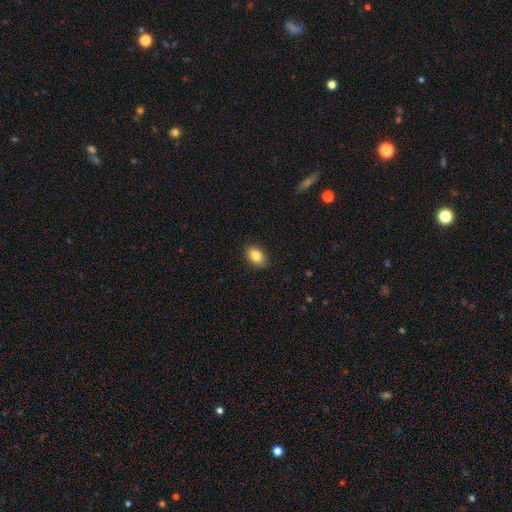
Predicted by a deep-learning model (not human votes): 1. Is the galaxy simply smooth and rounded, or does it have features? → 85% smooth, 8% star or artifact, 7% featured or disk.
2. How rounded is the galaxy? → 84% in between, 15% round, 1% cigar-shaped.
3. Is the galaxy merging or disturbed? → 89% none, 8% minor disturbance, 2% major disturbance, 1% merger.